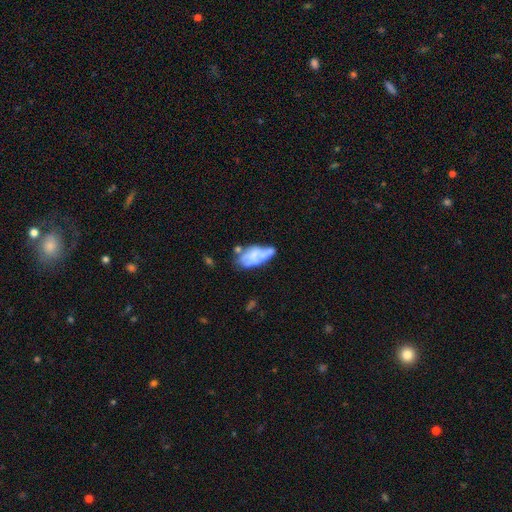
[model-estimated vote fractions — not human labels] smooth-or-featured: featured or disk: 48% | smooth: 43% | star or artifact: 9%
  merging: none: 31% | minor disturbance: 25% | merger: 24% | major disturbance: 20%